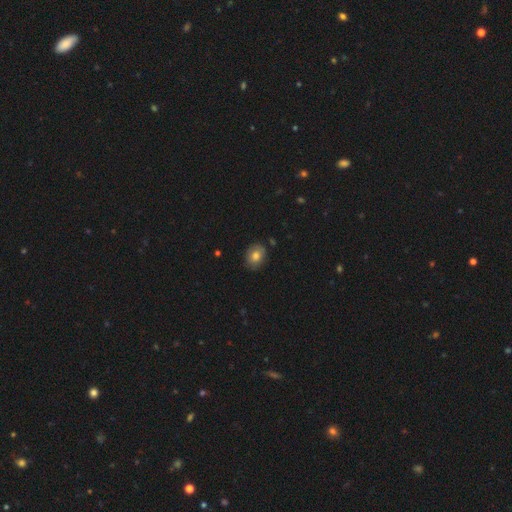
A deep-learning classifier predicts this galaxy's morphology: Smooth or featured?
  - smooth: 76% *
  - featured or disk: 15%
  - star or artifact: 9%
How rounded?
  - in between: 52% *
  - round: 47%
  - cigar-shaped: 1%
Merging?
  - none: 82% *
  - minor disturbance: 14%
  - major disturbance: 3%
  - merger: 1%